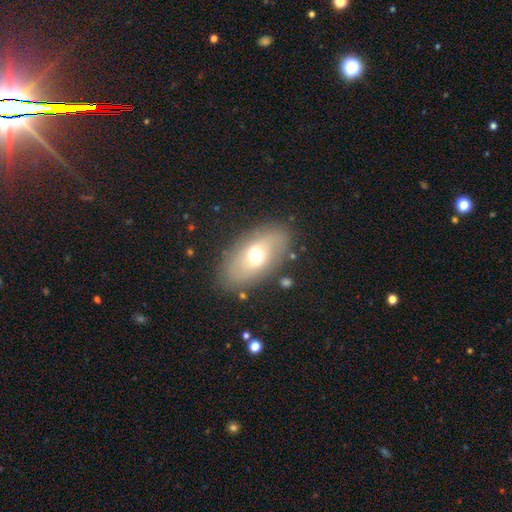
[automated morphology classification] This appears to be a smooth galaxy with no disk features (56%) that is in between round and cigar-shaped (89%). Merging: none (82%).